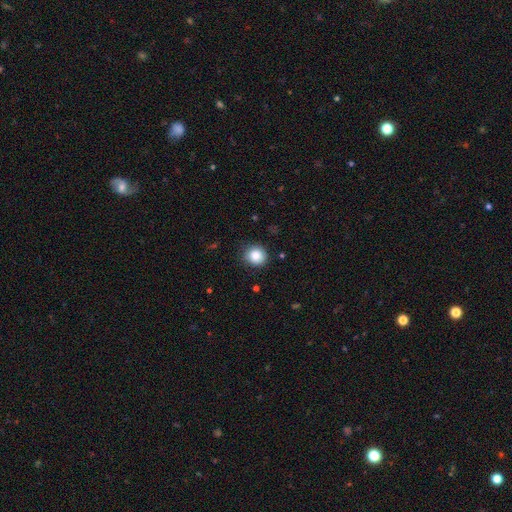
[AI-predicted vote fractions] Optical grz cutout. It shows a smooth galaxy with no disk features (85%) that is round (90%). Merging: none (84%).